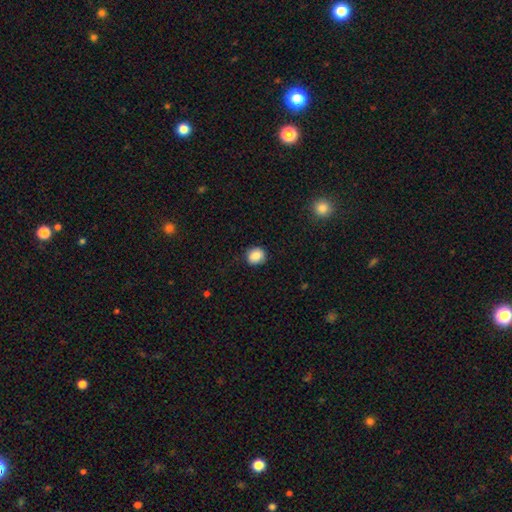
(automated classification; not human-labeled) Smooth or featured? Predicted: smooth (p=0.86). How rounded? Predicted: round (p=0.79). Merging? Predicted: none (p=0.86).